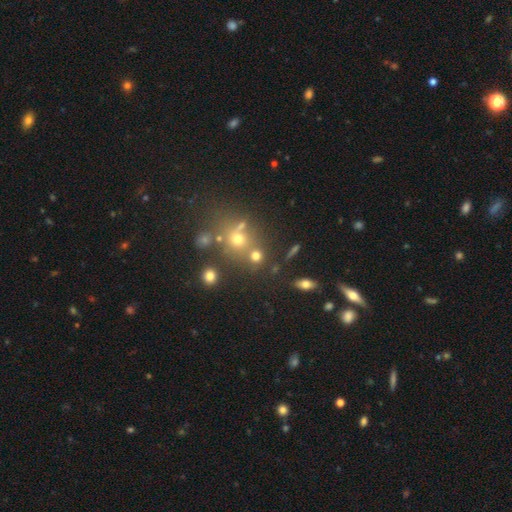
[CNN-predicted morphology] Smooth or featured: smooth — 66% (star or artifact — 20%)
How rounded: round — 82% (in between — 16%)
Merging: none — 60% (merger — 25%)